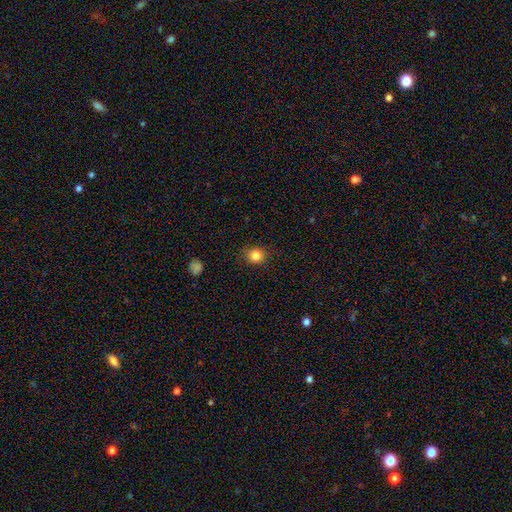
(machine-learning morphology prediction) Overall: smooth (84%). How rounded: round (81%). Merging: none (86%).